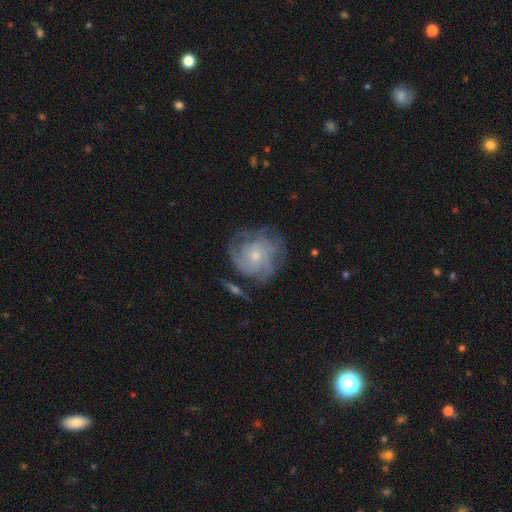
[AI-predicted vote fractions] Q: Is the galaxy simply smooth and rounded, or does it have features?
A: featured or disk — 72%.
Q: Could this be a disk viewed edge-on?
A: no — 97%.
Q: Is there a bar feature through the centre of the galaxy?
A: no — 80%.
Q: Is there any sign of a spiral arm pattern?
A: yes — 84%.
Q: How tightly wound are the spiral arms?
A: tight — 60%.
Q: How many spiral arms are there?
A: can't tell — 46%.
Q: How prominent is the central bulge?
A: small — 63%.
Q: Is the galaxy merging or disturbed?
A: none — 63%.